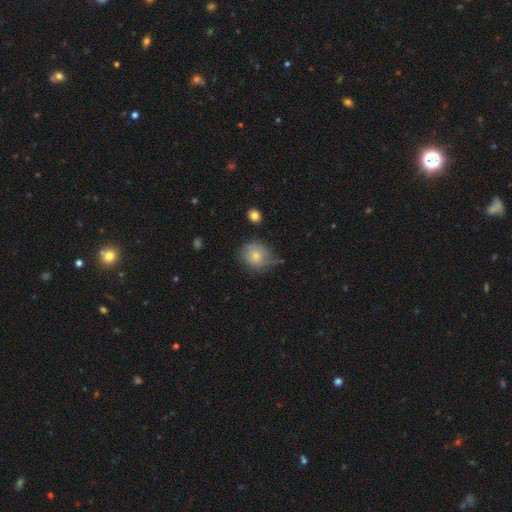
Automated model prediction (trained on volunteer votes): Overall: smooth (74%). How rounded: round (76%). Merging: none (51%; minor disturbance 34%).